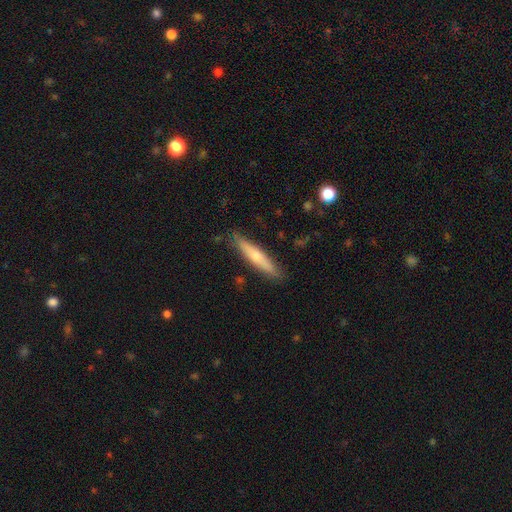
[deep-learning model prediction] Smooth or featured?
  - smooth: 49% *
  - featured or disk: 45%
  - star or artifact: 6%
Merging?
  - none: 87% *
  - minor disturbance: 10%
  - major disturbance: 2%
  - merger: 1%